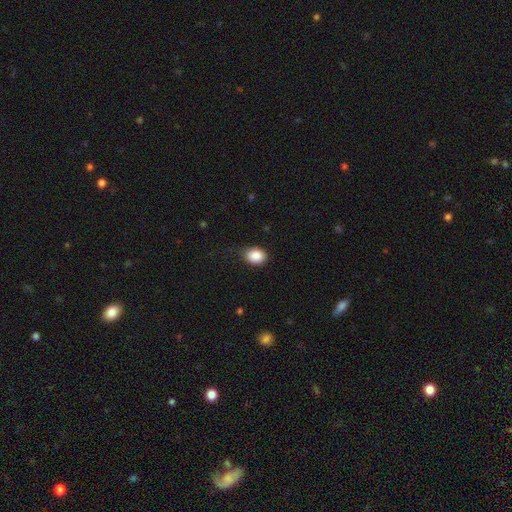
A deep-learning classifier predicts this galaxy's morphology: A smooth galaxy with no disk features (88%) that is in between round and cigar-shaped (63%). Merging: none (72%).